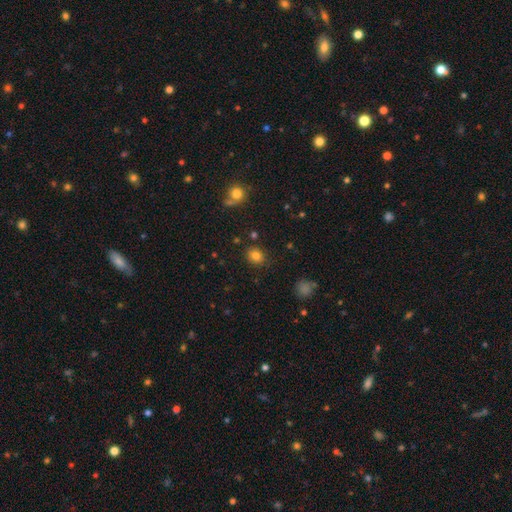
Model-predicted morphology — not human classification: smooth-or-featured: smooth: 82% | star or artifact: 12% | featured or disk: 6%
  how-rounded: round: 60% | in between: 39% | cigar-shaped: 1%
  merging: none: 85% | minor disturbance: 9% | major disturbance: 3% | merger: 2%